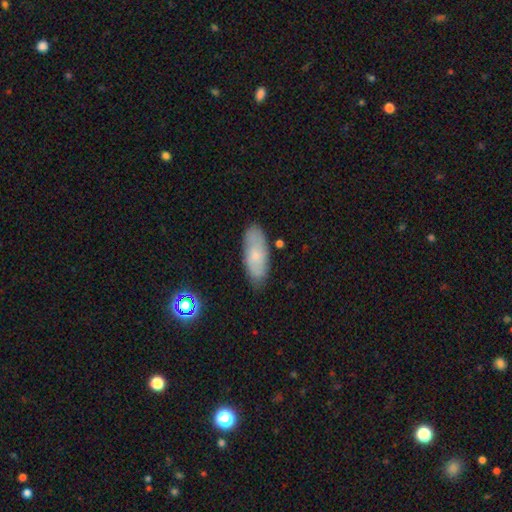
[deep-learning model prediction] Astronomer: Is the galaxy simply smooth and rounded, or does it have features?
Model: smooth — 61%.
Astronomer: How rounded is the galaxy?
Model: in between — 79%.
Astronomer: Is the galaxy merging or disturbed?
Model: none — 79%.